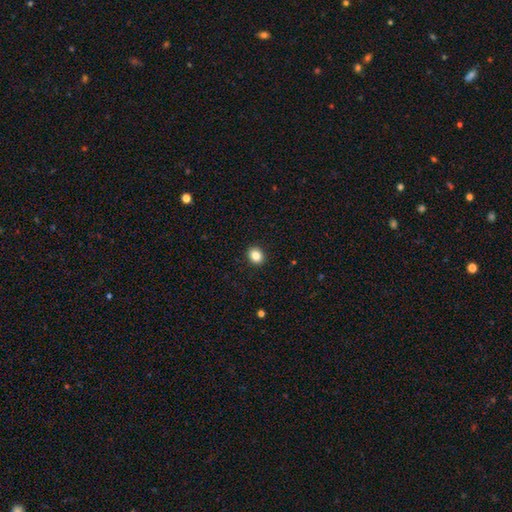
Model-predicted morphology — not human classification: Smooth or featured? Predicted: smooth (p=0.85). How rounded? Predicted: round (p=0.67). Merging? Predicted: none (p=0.92).